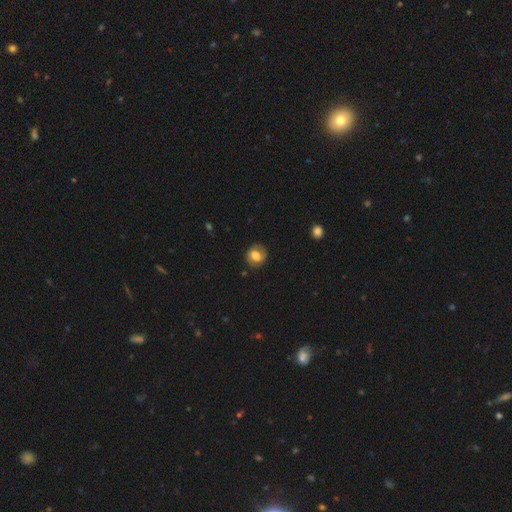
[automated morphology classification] Q: Smooth or featured?
A: smooth (55%); runner-up: featured or disk (38%)
Q: How rounded?
A: round (73%); runner-up: in between (26%)
Q: Merging?
A: none (83%); runner-up: minor disturbance (12%)